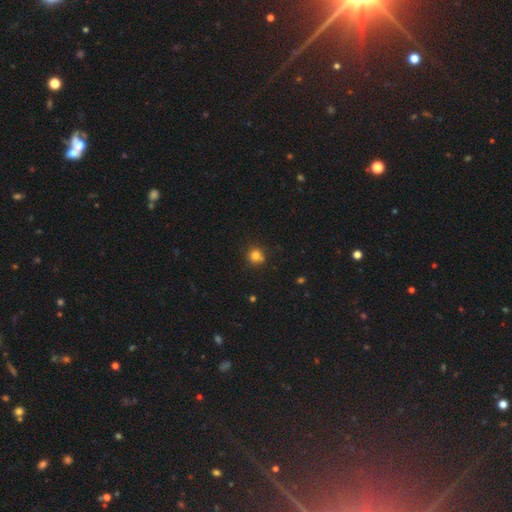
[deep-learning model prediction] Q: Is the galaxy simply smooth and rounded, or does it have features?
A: smooth — 78%.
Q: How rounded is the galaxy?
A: round — 90%.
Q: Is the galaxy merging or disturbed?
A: none — 72%.